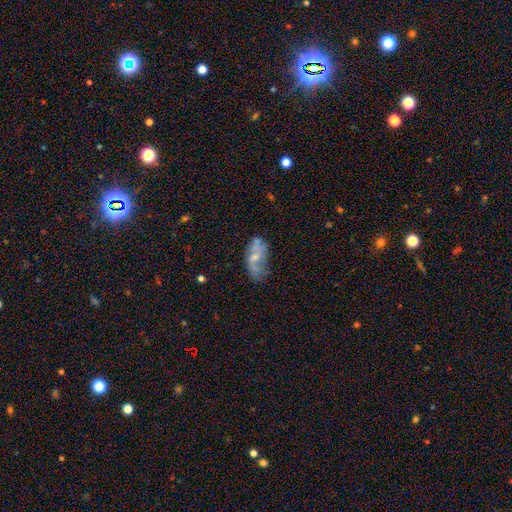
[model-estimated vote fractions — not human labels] This is possibly a featured or disk galaxy (51%). It is clearly not viewed edge-on (93%). Merging: possibly none (56%).